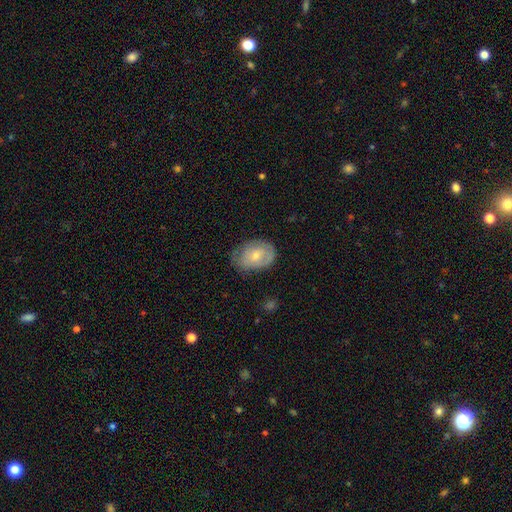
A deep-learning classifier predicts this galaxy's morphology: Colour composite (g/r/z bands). It shows a smooth galaxy with no disk features (60%) that is in between round and cigar-shaped (70%). Merging: none (63%).